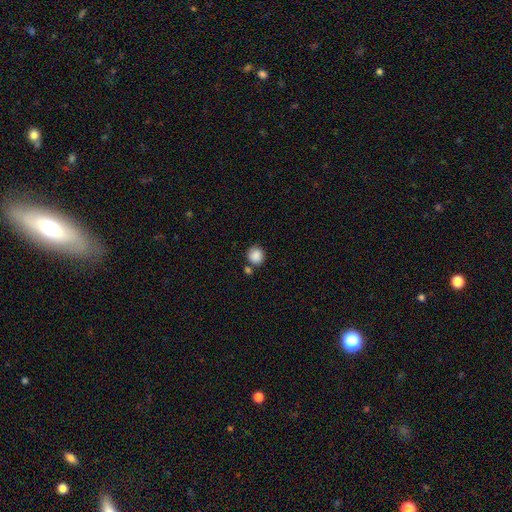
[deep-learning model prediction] smooth-or-featured: smooth: 88% | star or artifact: 9% | featured or disk: 4%
  how-rounded: round: 86% | in between: 14% | cigar-shaped: 1%
  merging: none: 73% | merger: 12% | minor disturbance: 11% | major disturbance: 3%